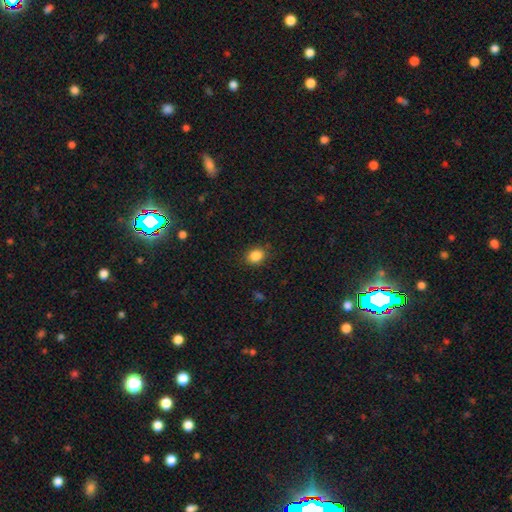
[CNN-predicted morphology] A smooth galaxy with no disk features (86%) that is round (50%). Merging: none (85%).